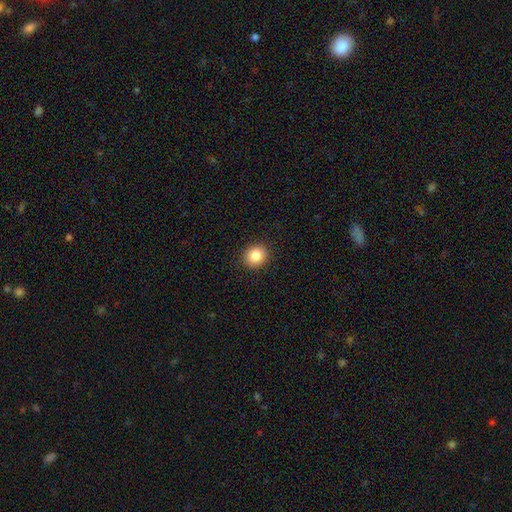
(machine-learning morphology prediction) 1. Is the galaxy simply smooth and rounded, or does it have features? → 86% smooth, 9% star or artifact, 5% featured or disk.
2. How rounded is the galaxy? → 78% round, 21% in between, 1% cigar-shaped.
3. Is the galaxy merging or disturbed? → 91% none, 6% minor disturbance, 2% major disturbance, 1% merger.